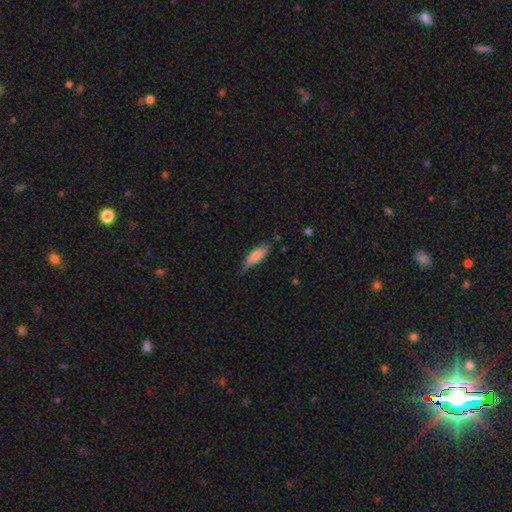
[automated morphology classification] Smooth or featured? Predicted: smooth (p=0.76). How rounded? Predicted: in between (p=0.51). Merging? Predicted: none (p=0.64).